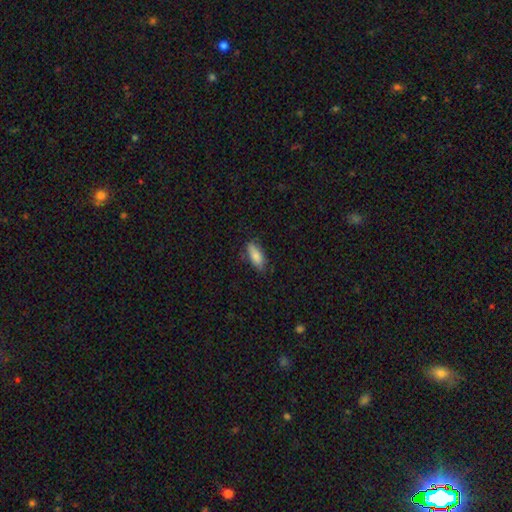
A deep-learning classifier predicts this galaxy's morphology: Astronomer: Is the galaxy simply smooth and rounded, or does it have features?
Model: smooth — 83%.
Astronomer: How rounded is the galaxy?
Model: in between — 78%.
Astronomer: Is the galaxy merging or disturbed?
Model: none — 76%.